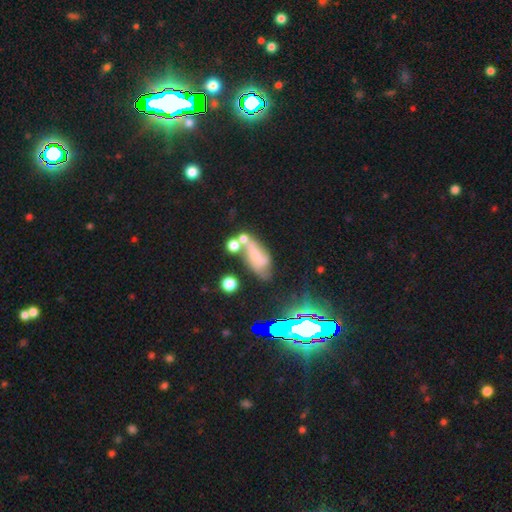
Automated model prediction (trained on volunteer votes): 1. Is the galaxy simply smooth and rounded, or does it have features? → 44% featured or disk, 38% smooth, 19% star or artifact.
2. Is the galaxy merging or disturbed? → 37% none, 27% merger, 20% minor disturbance, 16% major disturbance.